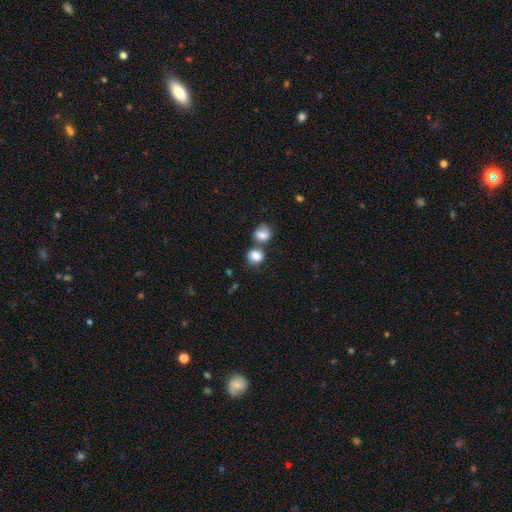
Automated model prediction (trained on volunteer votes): smooth-or-featured: smooth: 84% | star or artifact: 9% | featured or disk: 7%
  how-rounded: round: 64% | in between: 35% | cigar-shaped: 1%
  merging: none: 46% | merger: 38% | minor disturbance: 12% | major disturbance: 5%